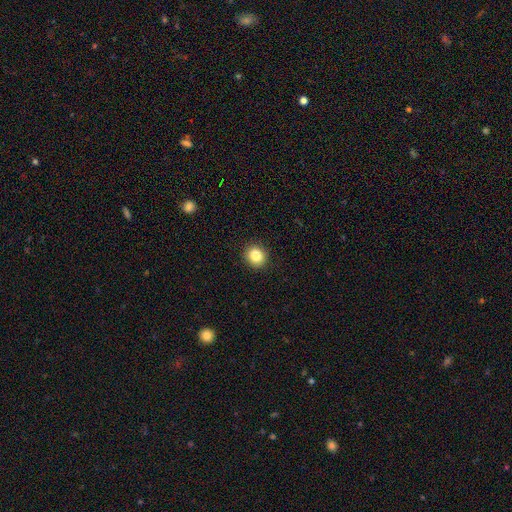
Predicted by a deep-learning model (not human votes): A smooth galaxy with no disk features (85%) that is round (81%).

Vote fractions:
- Smooth or featured? smooth: 85% / star or artifact: 10% / featured or disk: 5%
- How rounded? round: 81% / in between: 18% / cigar-shaped: 1%
- Merging? none: 92% / minor disturbance: 6% / major disturbance: 2% / merger: 1%